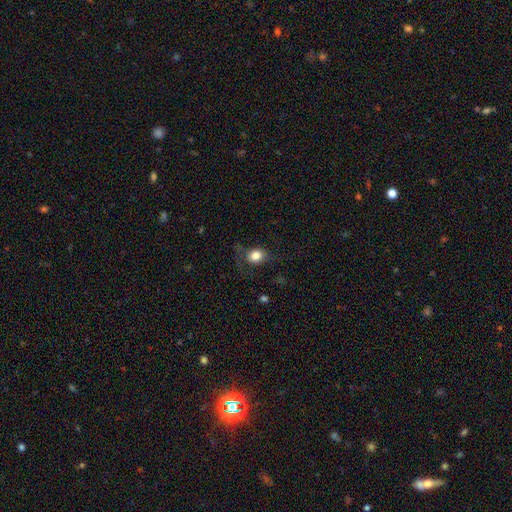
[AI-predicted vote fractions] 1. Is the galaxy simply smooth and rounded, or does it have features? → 79% smooth, 11% featured or disk, 10% star or artifact.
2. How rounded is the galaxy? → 67% round, 32% in between, 1% cigar-shaped.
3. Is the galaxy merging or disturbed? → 62% none, 20% minor disturbance, 16% major disturbance, 2% merger.